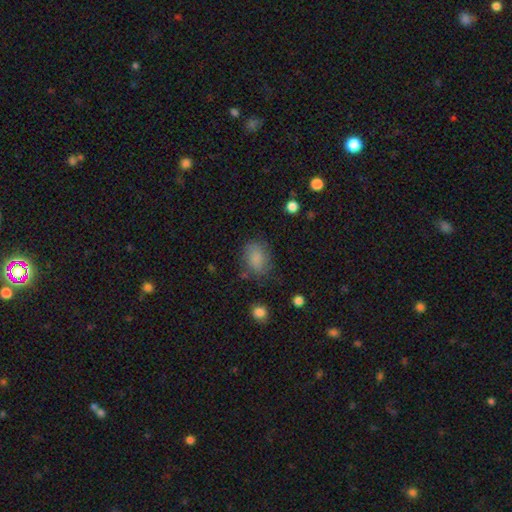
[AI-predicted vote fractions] Smooth or featured?
  - smooth: 82% *
  - star or artifact: 9%
  - featured or disk: 9%
How rounded?
  - in between: 68% *
  - round: 30%
  - cigar-shaped: 1%
Merging?
  - none: 69% *
  - minor disturbance: 20%
  - major disturbance: 8%
  - merger: 3%